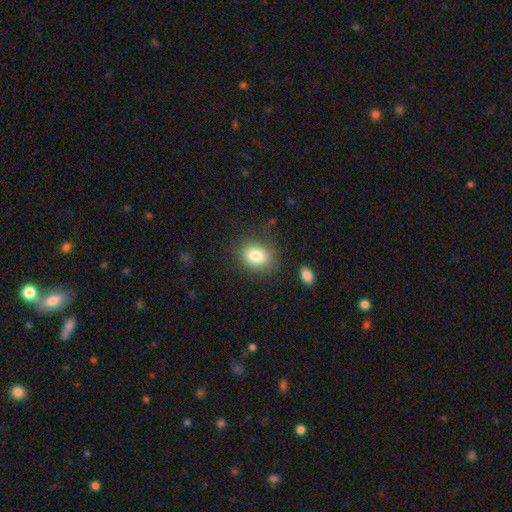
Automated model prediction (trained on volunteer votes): A smooth galaxy with no disk features (82%) that is in between round and cigar-shaped (53%). Merging: none (80%).